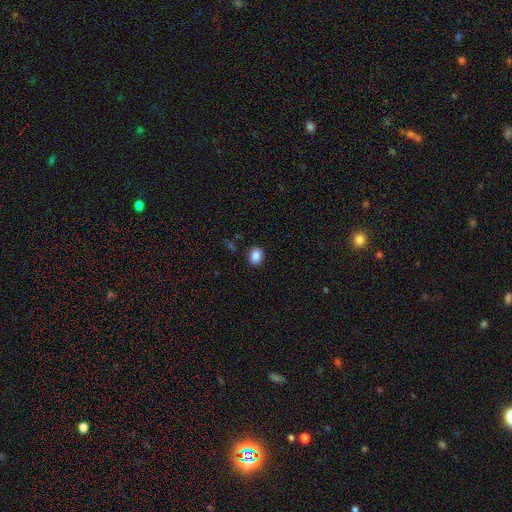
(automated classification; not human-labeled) smooth_or_featured: smooth (p=0.86) [alt: star or artifact p=0.09]
how_rounded: round (p=0.53) [alt: in between p=0.46]
merging: none (p=0.89) [alt: minor disturbance p=0.08]